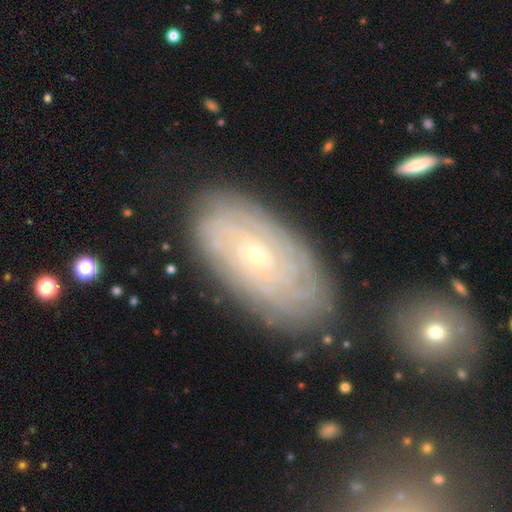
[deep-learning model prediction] Overall: featured or disk (79%). Edge-on disk: no (94%). Bar: no (72%). Spiral arms: yes (93%). Spiral arm count: can't tell (49%; 4 15%). Spiral winding: tight (83%). Bulge size: small (73%). Merging: none (81%).